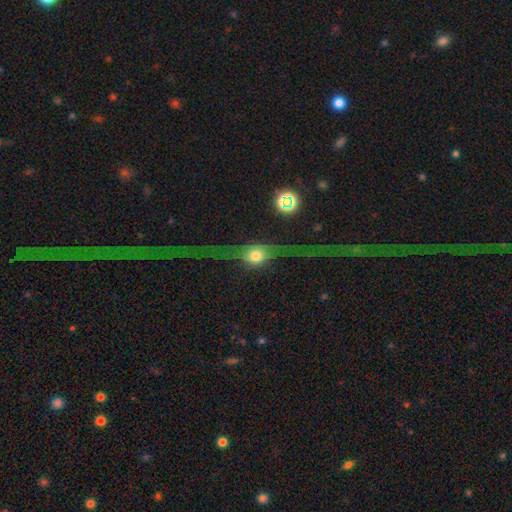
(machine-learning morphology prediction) smooth_or_featured: featured or disk (p=0.57) [alt: smooth p=0.32]
disk_edge_on: yes (p=0.77) [alt: no p=0.23]
merging: none (p=0.58) [alt: major disturbance p=0.21]